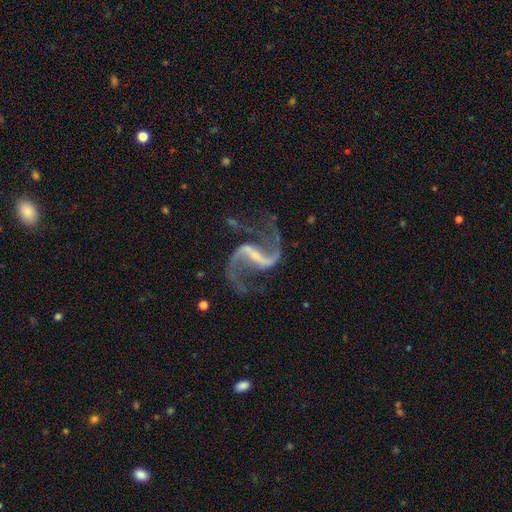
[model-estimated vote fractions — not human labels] A featured or disk galaxy (93%) with a strong bar (56%), 2 (94%) loose (73%) spiral arms (98%) and a small central bulge (62%).

Vote fractions:
- Smooth or featured? featured or disk: 93% / star or artifact: 5% / smooth: 2%
- Edge-on disk? no: 98% / yes: 2%
- Bar? strong: 56% / weak: 34% / no: 10%
- Spiral arms? yes: 98% / no: 2%
- Spiral winding? loose: 73% / medium: 23% / tight: 4%
- Spiral arm count? 2: 94% / 1: 1% / can't tell: 1% / 3: 1% / 4: 1% / more than 4: 1%
- Bulge size? small: 62% / none: 22% / moderate: 14% / large: 2% / dominant: 1%
- Merging? none: 72% / minor disturbance: 13% / major disturbance: 11% / merger: 3%